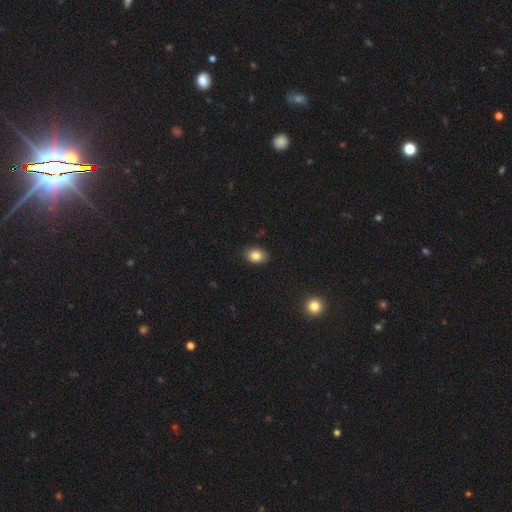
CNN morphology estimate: This appears to be a smooth galaxy with no disk features (83%) that is in between round and cigar-shaped (76%). Merging: none (88%).